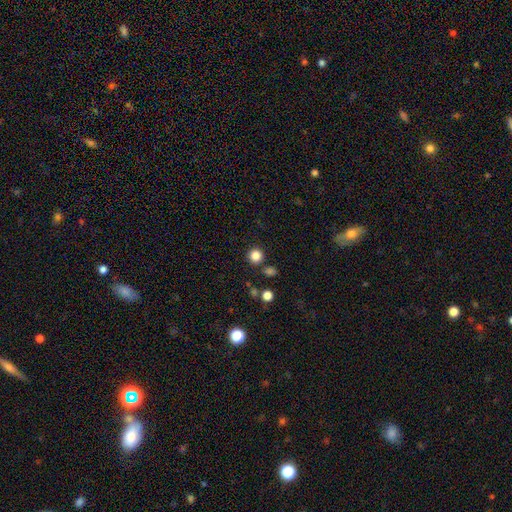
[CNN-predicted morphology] The model was most divided on "smooth or featured": smooth: 84%, star or artifact: 12%, featured or disk: 4%. More confident: how rounded — round (94%); merging — none (85%).